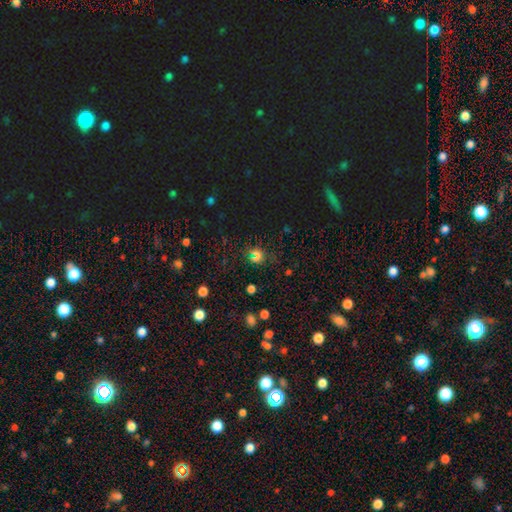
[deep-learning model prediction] smooth 47%, star or artifact 45%, featured or disk 8%. Down the decision tree: merging — none (76%).